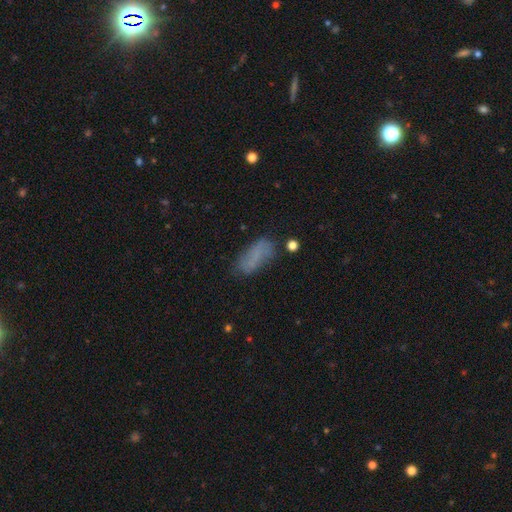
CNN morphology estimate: The model was most divided on "merging": none: 65%, minor disturbance: 22%, major disturbance: 9%, merger: 4%. More confident: how rounded — in between (80%); smooth or featured — smooth (67%).